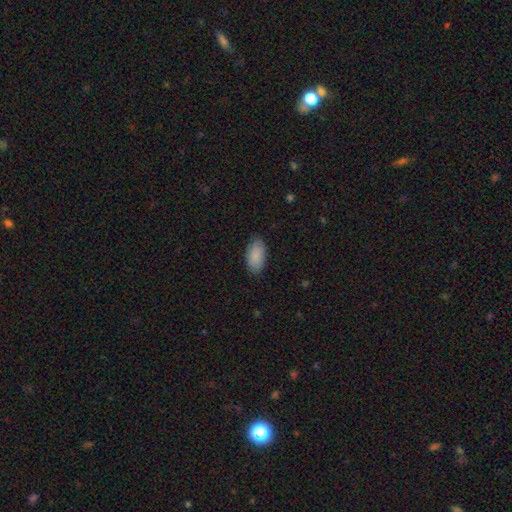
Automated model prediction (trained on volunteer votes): Q: Smooth or featured?
A: smooth (89%); runner-up: star or artifact (6%)
Q: How rounded?
A: in between (95%); runner-up: cigar-shaped (3%)
Q: Merging?
A: none (85%); runner-up: minor disturbance (12%)